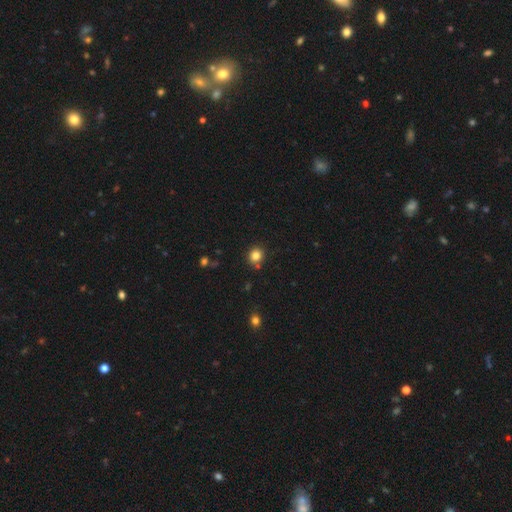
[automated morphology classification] This appears to be a smooth galaxy with no disk features (83%) that is round (85%). Merging: none (84%).